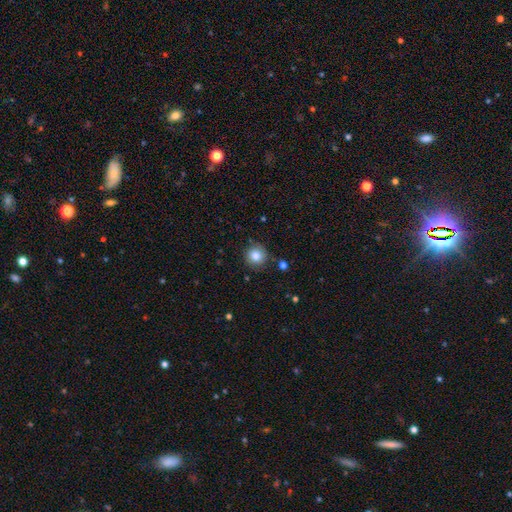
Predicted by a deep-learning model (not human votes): Smooth or featured? smooth (83%)
How rounded? round (94%)
Merging? none (87%)